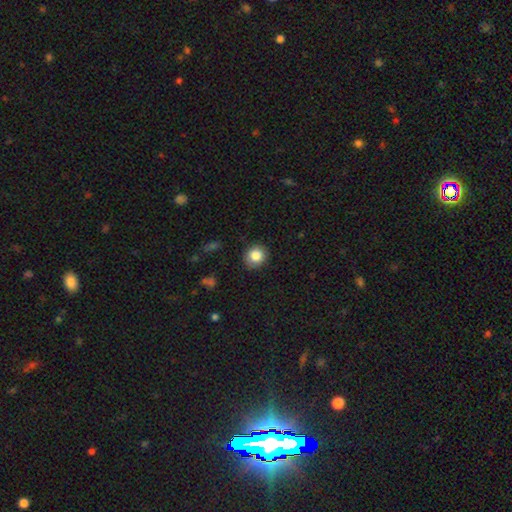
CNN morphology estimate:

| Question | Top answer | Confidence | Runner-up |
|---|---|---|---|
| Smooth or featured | smooth | 84% | star or artifact (9%) |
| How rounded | round | 80% | in between (19%) |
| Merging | none | 88% | minor disturbance (9%) |